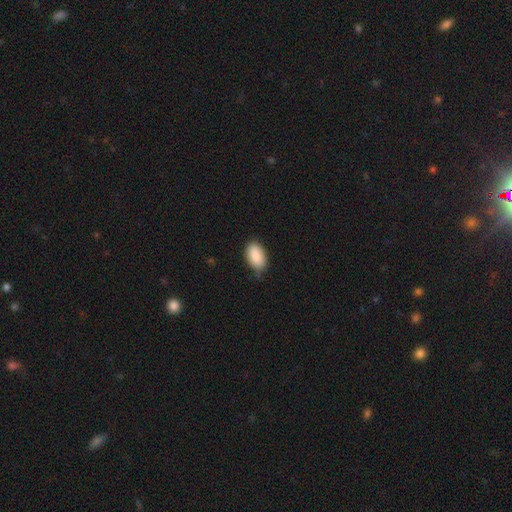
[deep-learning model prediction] smooth 89%, star or artifact 7%, featured or disk 4%. Down the decision tree: how rounded — in between (93%); merging — none (68%).